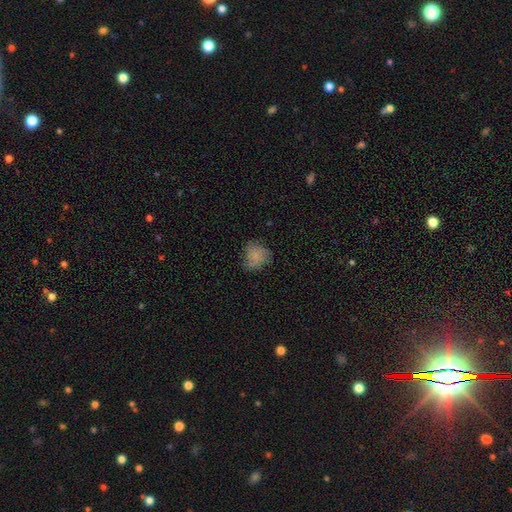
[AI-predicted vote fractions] Smooth or featured: smooth — 69% (featured or disk — 19%)
How rounded: round — 63% (in between — 36%)
Merging: none — 54% (minor disturbance — 32%)